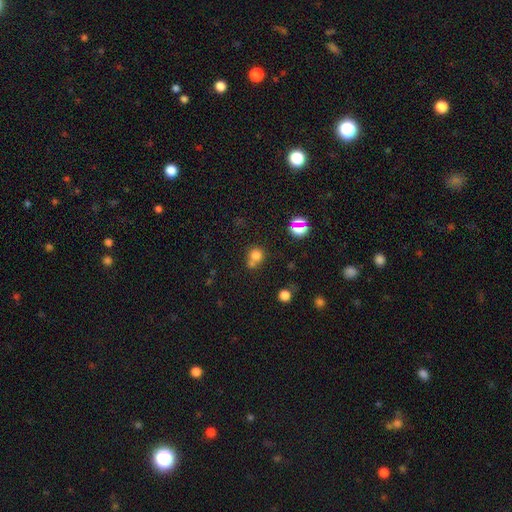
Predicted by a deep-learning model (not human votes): smooth-or-featured: smooth: 72% | star or artifact: 18% | featured or disk: 10%
  how-rounded: round: 84% | in between: 15% | cigar-shaped: 1%
  merging: none: 46% | merger: 41% | minor disturbance: 9% | major disturbance: 4%